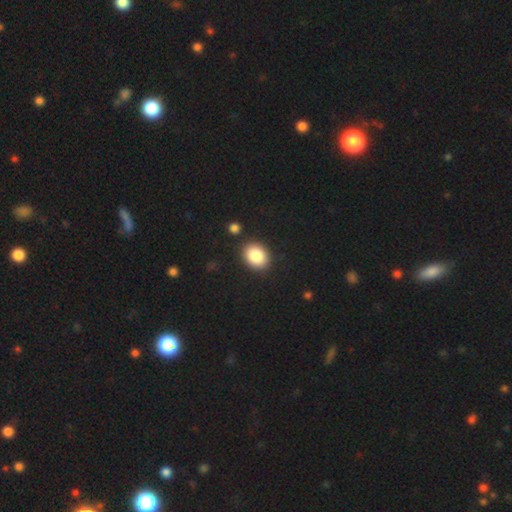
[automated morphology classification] A smooth galaxy with no disk features (86%) that is in between round and cigar-shaped (59%). Merging: none (86%).